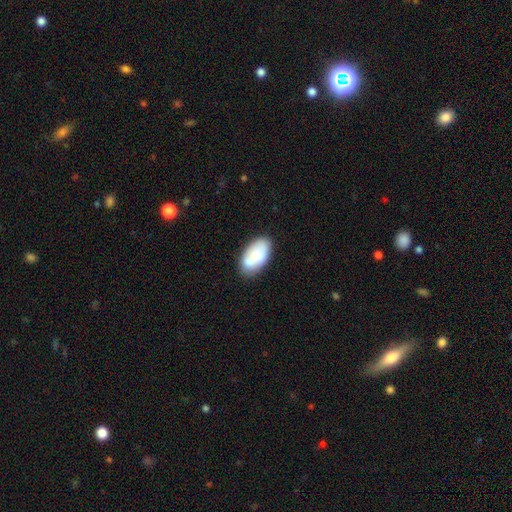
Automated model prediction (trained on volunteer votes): This is likely a smooth galaxy (72%). How rounded: clearly in between (95%). Merging: likely none (66%).